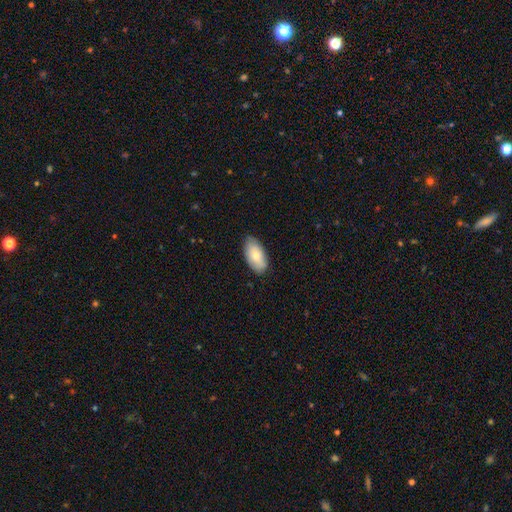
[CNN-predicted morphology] This appears to be a smooth galaxy with no disk features (80%) that is in between round and cigar-shaped (94%). Merging: none (81%).